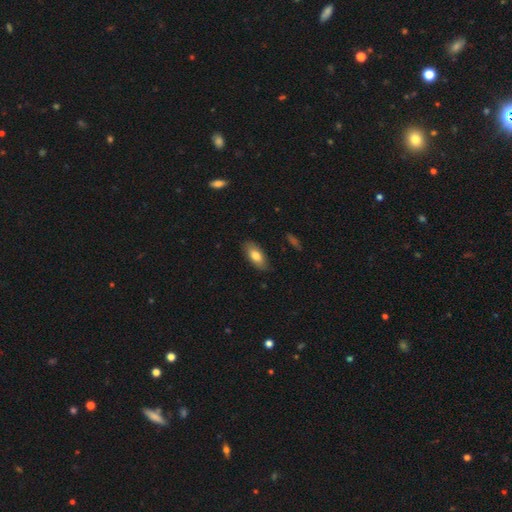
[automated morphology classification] smooth 78%, featured or disk 16%, star or artifact 6%. Down the decision tree: how rounded — in between (88%); merging — none (84%).